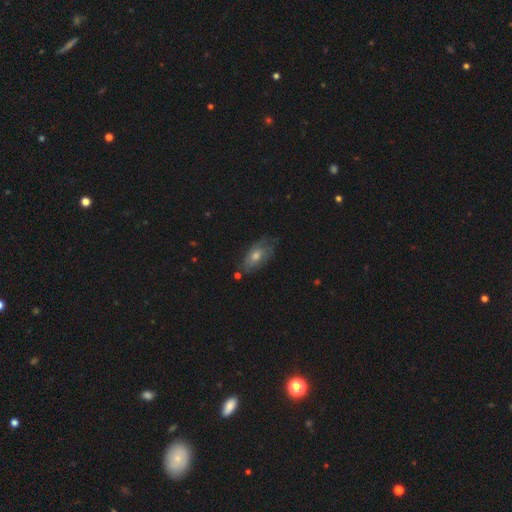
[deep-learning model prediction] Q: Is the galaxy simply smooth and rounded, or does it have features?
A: smooth — 55%.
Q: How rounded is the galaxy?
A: in between — 85%.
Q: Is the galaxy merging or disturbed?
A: none — 67%.